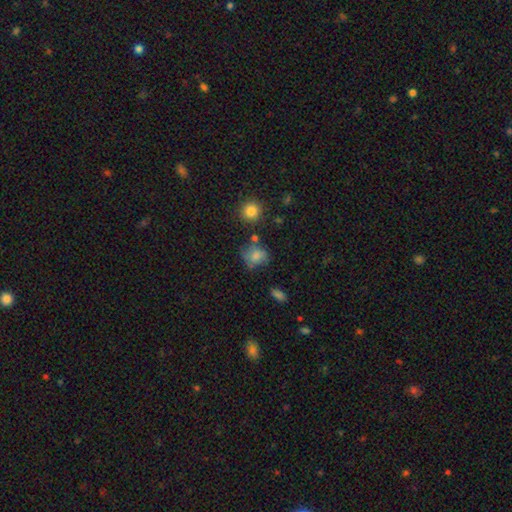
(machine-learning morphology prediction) Smooth or featured: smooth — 75% (featured or disk — 14%)
How rounded: round — 64% (in between — 35%)
Merging: none — 54% (minor disturbance — 26%)